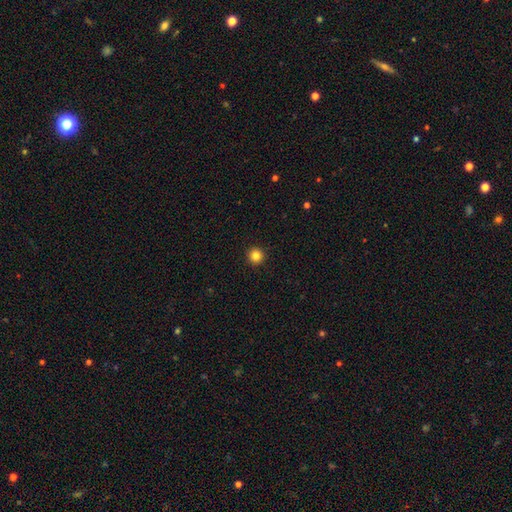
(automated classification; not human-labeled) smooth_or_featured: smooth (p=0.84) [alt: star or artifact p=0.12]
how_rounded: round (p=0.96) [alt: in between p=0.03]
merging: none (p=0.94) [alt: minor disturbance p=0.04]